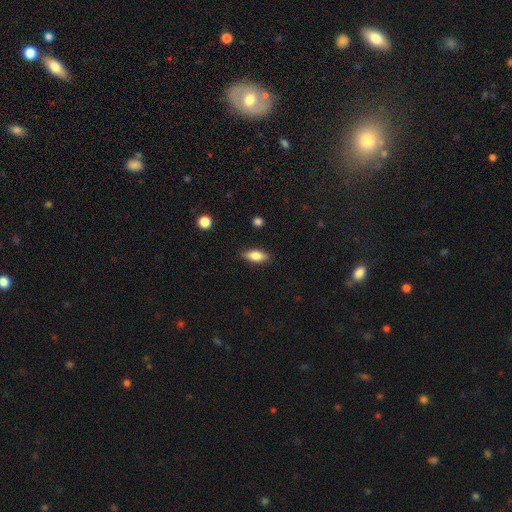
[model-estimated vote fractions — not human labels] This appears to be a smooth galaxy with no disk features (80%) that is in between round and cigar-shaped (78%). Merging: none (87%).